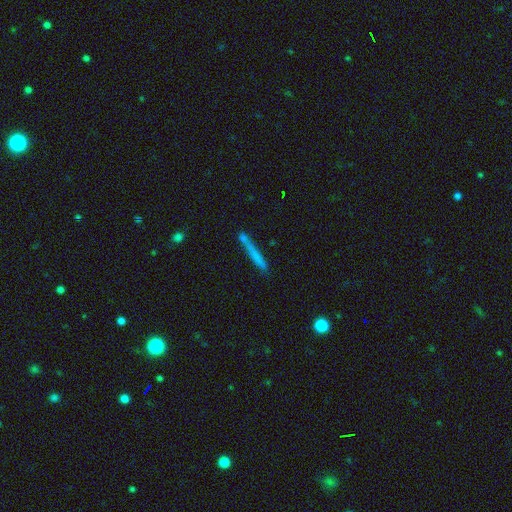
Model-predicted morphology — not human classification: Smooth or featured?
  - smooth: 65% *
  - featured or disk: 26%
  - star or artifact: 9%
How rounded?
  - cigar-shaped: 95% *
  - in between: 3%
  - round: 2%
Merging?
  - none: 70% *
  - minor disturbance: 15%
  - merger: 10%
  - major disturbance: 5%